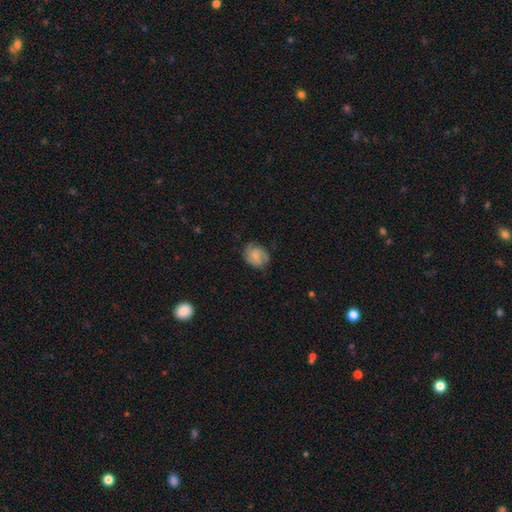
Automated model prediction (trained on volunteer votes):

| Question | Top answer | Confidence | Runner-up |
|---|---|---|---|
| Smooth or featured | smooth | 52% | featured or disk (40%) |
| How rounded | round | 52% | in between (47%) |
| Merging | none | 68% | minor disturbance (23%) |